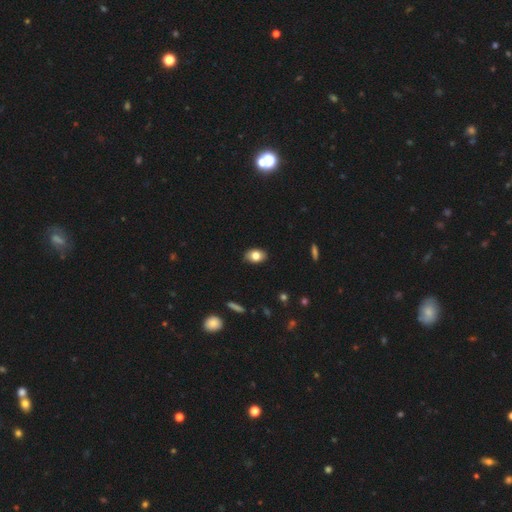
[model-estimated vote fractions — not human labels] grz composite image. It shows a smooth galaxy with no disk features (80%) that is in between round and cigar-shaped (83%). Merging: none (87%).